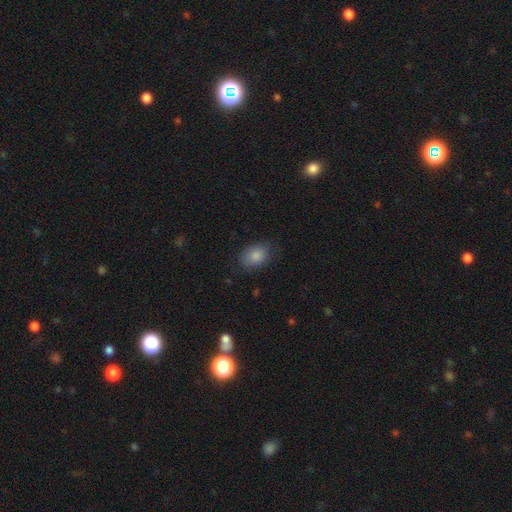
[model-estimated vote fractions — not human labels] A smooth galaxy with no disk features (86%) that is in between round and cigar-shaped (75%).

Vote fractions:
- Smooth or featured? smooth: 86% / star or artifact: 8% / featured or disk: 6%
- How rounded? in between: 75% / round: 24% / cigar-shaped: 1%
- Merging? none: 77% / minor disturbance: 17% / major disturbance: 5% / merger: 1%